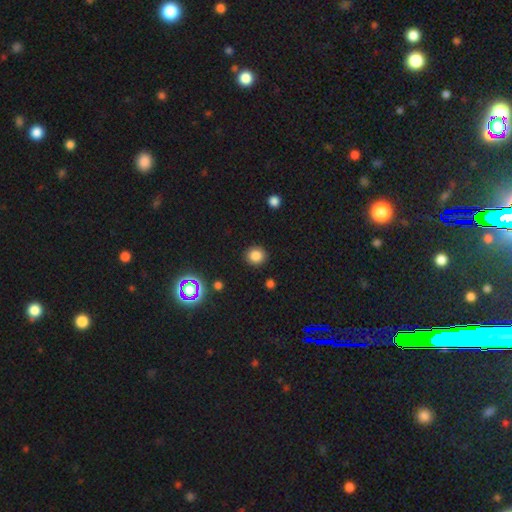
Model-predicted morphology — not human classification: This appears to be a smooth galaxy with no disk features (82%) that is round (89%). Merging: none (90%).